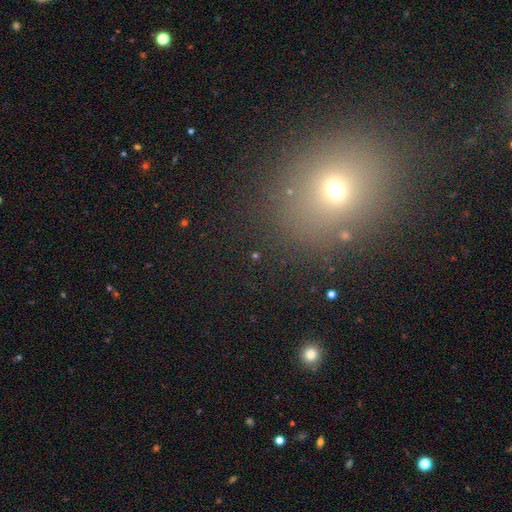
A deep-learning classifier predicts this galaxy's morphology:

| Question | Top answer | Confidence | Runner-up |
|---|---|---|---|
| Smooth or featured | star or artifact | 49% | smooth (37%) |